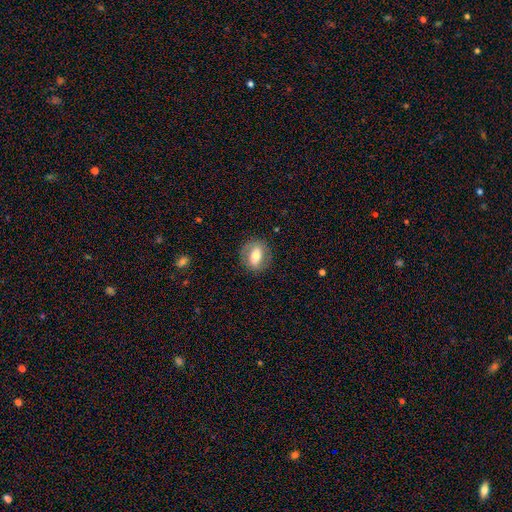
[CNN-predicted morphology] smooth-or-featured: smooth: 58% | featured or disk: 35% | star or artifact: 8%
  how-rounded: in between: 58% | round: 39% | cigar-shaped: 3%
  merging: none: 82% | minor disturbance: 12% | major disturbance: 5% | merger: 1%